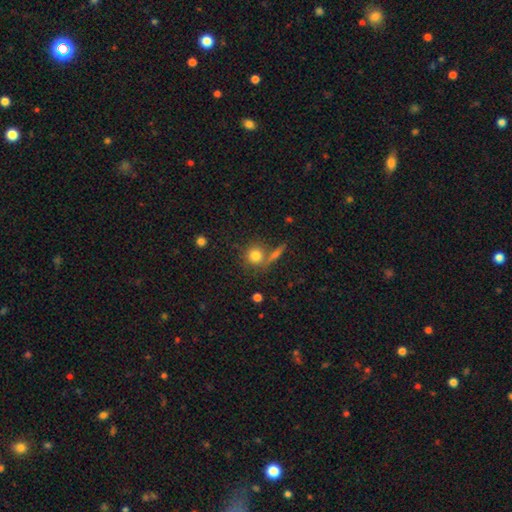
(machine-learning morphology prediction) smooth 78%, star or artifact 11%, featured or disk 11%. Down the decision tree: how rounded — round (87%); merging — none (63%).